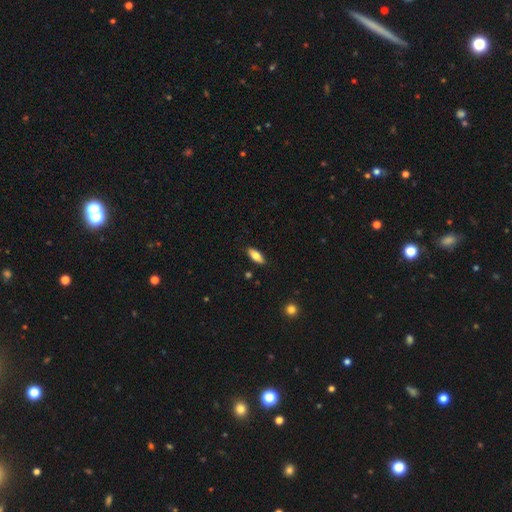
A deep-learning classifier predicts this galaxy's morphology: smooth_or_featured: smooth (p=0.74) [alt: featured or disk p=0.19]
how_rounded: in between (p=0.79) [alt: cigar-shaped p=0.18]
merging: none (p=0.88) [alt: minor disturbance p=0.09]